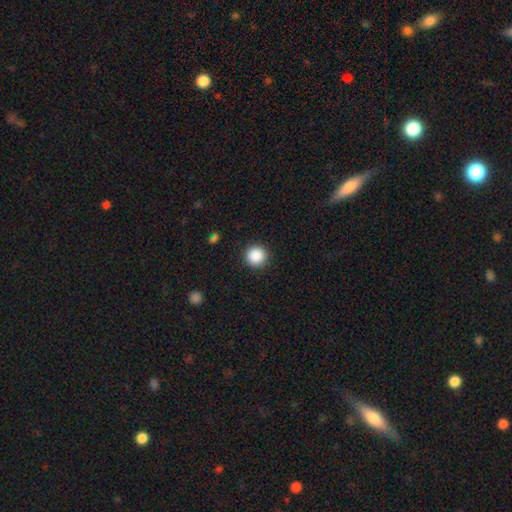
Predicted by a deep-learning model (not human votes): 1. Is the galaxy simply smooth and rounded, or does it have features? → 88% smooth, 10% star or artifact, 3% featured or disk.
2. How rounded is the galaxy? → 95% round, 4% in between, 1% cigar-shaped.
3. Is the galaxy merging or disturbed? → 92% none, 5% minor disturbance, 2% major disturbance, 1% merger.